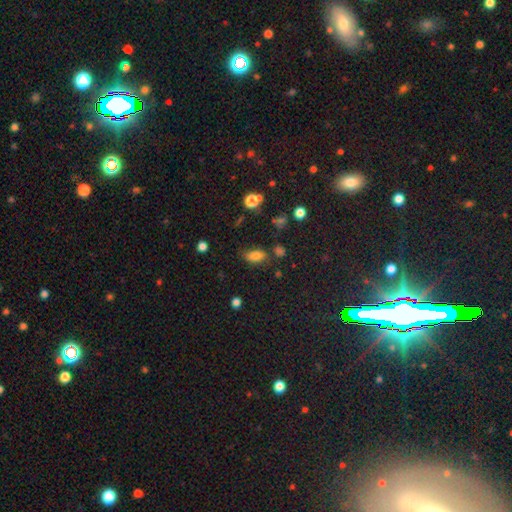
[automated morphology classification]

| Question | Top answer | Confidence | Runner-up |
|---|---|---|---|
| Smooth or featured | smooth | 77% | star or artifact (14%) |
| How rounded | in between | 84% | round (8%) |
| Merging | none | 70% | minor disturbance (18%) |